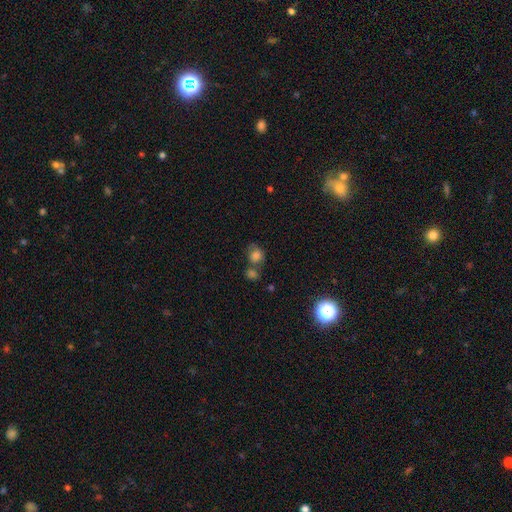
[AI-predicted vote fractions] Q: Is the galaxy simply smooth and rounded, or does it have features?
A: smooth — 76%.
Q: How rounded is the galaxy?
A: round — 62%.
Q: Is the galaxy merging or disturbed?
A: none — 40%.